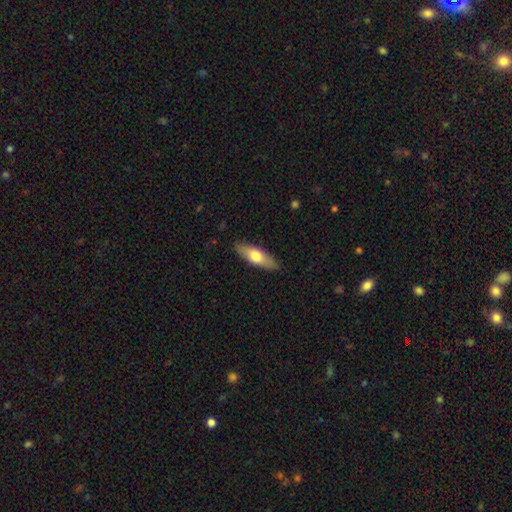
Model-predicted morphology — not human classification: Q: Smooth or featured?
A: smooth (62%); runner-up: featured or disk (32%)
Q: How rounded?
A: in between (49%); runner-up: cigar-shaped (48%)
Q: Merging?
A: none (88%); runner-up: minor disturbance (9%)